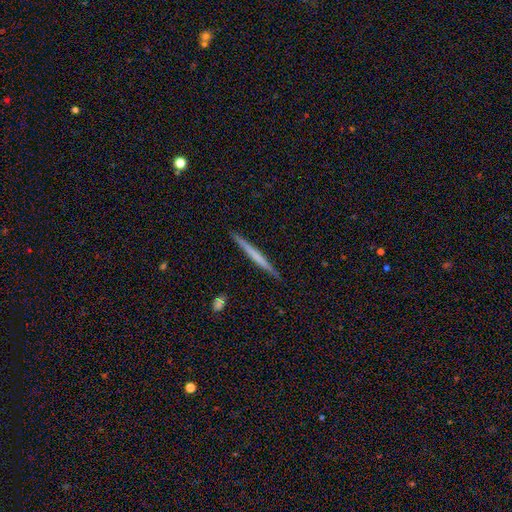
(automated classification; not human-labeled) featured or disk 49%, smooth 46%, star or artifact 6%. Down the decision tree: merging — none (91%).